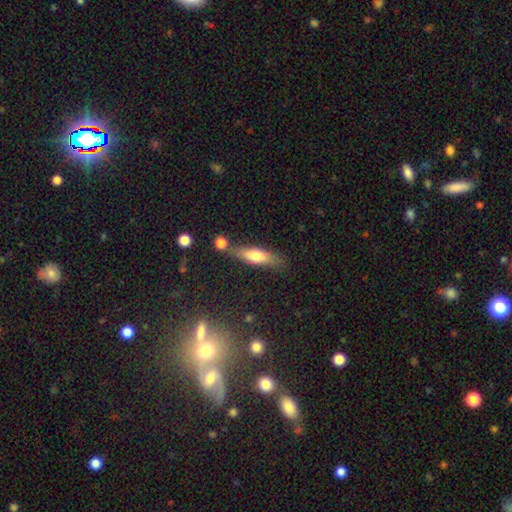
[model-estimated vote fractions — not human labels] A smooth galaxy with no disk features (62%) that is cigar-shaped (56%).

Vote fractions:
- Smooth or featured? smooth: 62% / featured or disk: 30% / star or artifact: 8%
- How rounded? cigar-shaped: 56% / in between: 41% / round: 3%
- Merging? none: 65% / minor disturbance: 18% / merger: 13% / major disturbance: 5%